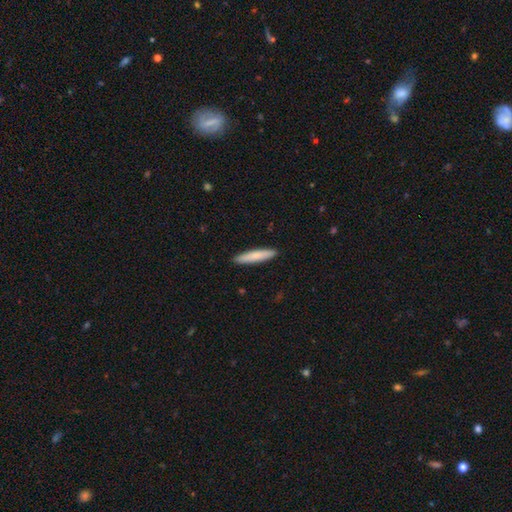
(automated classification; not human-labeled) Morphology: type=smooth (79%); roundness=cigar-shaped (89%); merging=none (91%).